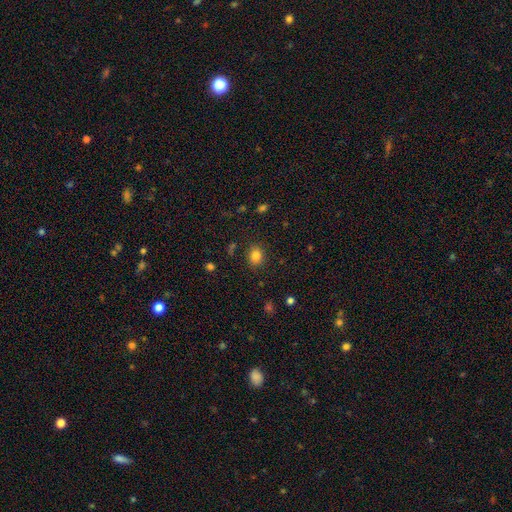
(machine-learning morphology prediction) A smooth galaxy with no disk features (83%) that is round (52%). Merging: none (84%).